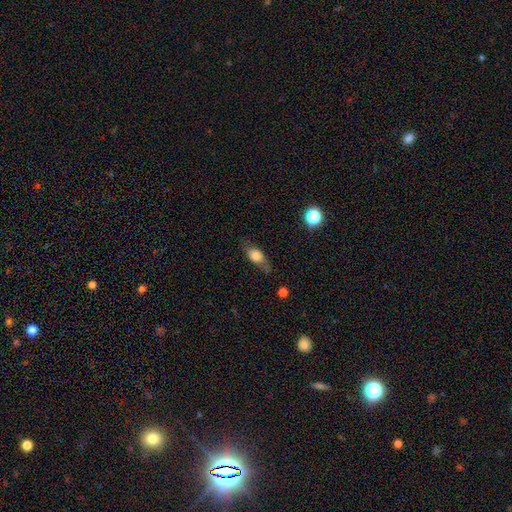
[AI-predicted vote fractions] smooth-or-featured: smooth: 68% | featured or disk: 23% | star or artifact: 8%
  how-rounded: in between: 71% | cigar-shaped: 17% | round: 12%
  merging: none: 64% | minor disturbance: 24% | major disturbance: 9% | merger: 2%